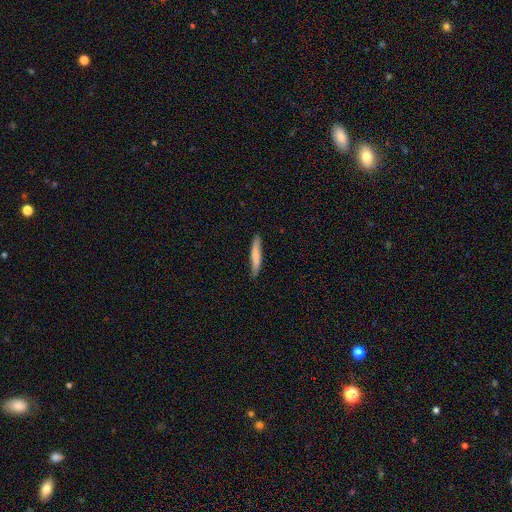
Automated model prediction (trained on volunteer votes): Smooth or featured: smooth — 71% (featured or disk — 24%)
How rounded: cigar-shaped — 93% (in between — 6%)
Merging: none — 86% (minor disturbance — 11%)